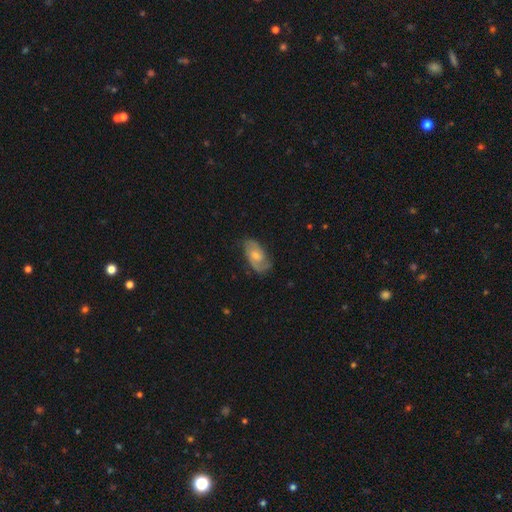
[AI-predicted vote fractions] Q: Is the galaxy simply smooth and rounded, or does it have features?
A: featured or disk — 69%.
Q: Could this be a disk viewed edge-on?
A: no — 96%.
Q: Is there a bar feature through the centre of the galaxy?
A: no — 51%.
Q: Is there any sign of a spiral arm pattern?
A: yes — 93%.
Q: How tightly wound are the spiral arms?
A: medium — 48%.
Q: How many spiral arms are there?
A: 2 — 82%.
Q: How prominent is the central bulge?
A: moderate — 46%.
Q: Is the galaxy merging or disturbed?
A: none — 71%.